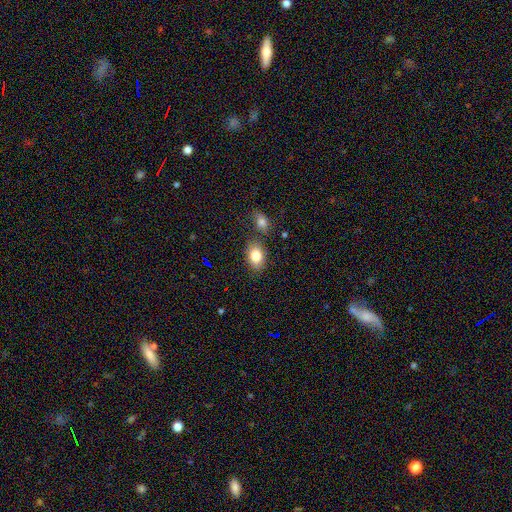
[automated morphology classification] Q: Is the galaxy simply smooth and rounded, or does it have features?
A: smooth — 82%.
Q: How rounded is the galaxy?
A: in between — 82%.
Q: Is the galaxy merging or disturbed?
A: none — 73%.